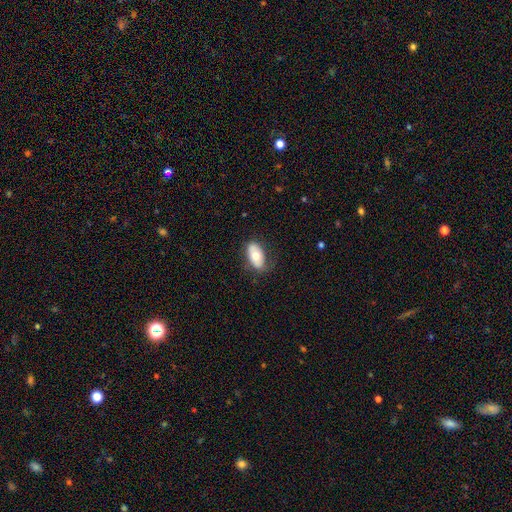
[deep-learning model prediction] This is likely a smooth galaxy (66%). How rounded: clearly in between (93%). Merging: likely none (75%).